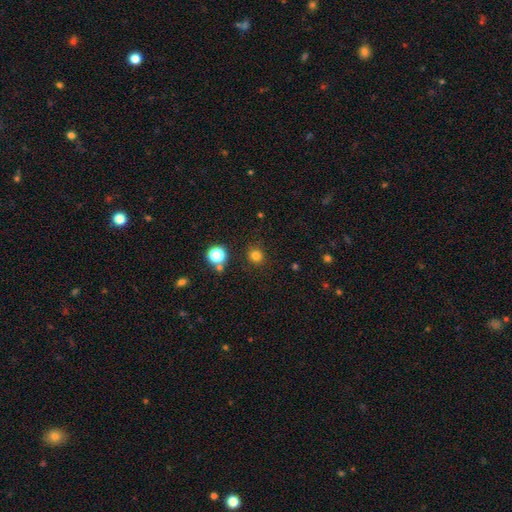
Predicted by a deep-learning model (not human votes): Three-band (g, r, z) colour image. It shows a smooth galaxy with no disk features (79%) that is round (90%). Merging: none (88%).